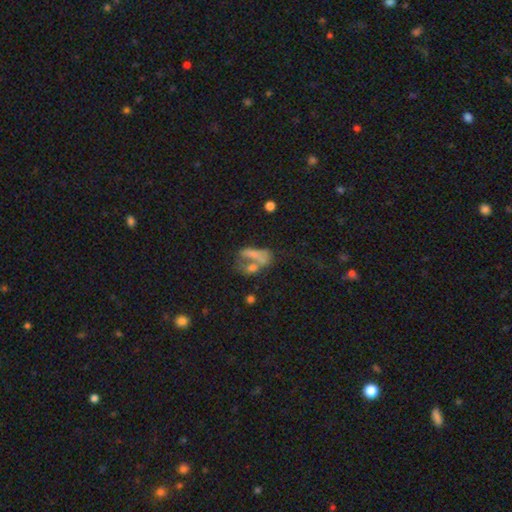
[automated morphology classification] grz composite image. It shows a smooth galaxy with no disk features (57%) that is in between round and cigar-shaped (69%). Merging: merger (50%).